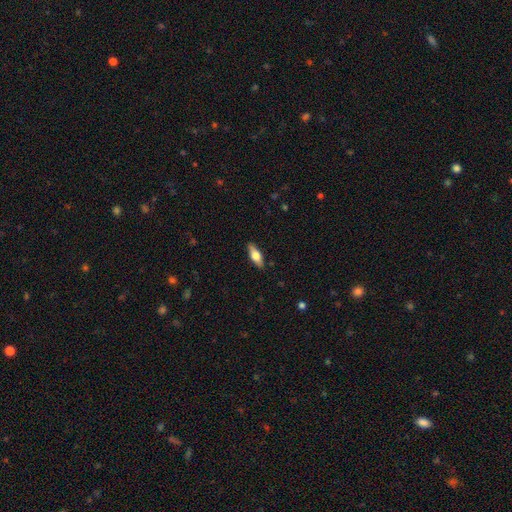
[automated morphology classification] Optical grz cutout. It shows a smooth galaxy with no disk features (61%) that is in between round and cigar-shaped (63%). Merging: none (88%).